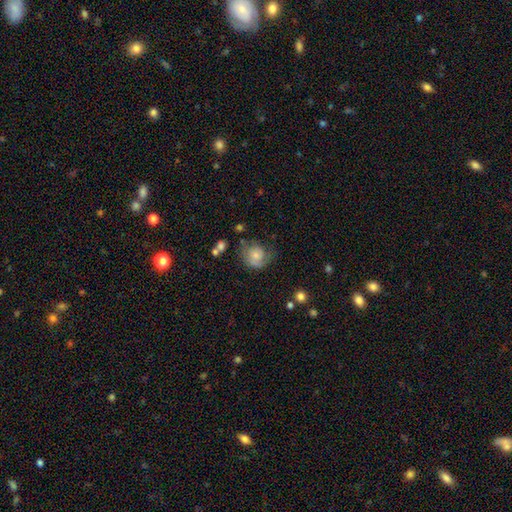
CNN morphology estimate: smooth 61%, featured or disk 31%, star or artifact 8%. Down the decision tree: how rounded — round (73%); merging — none (45%).